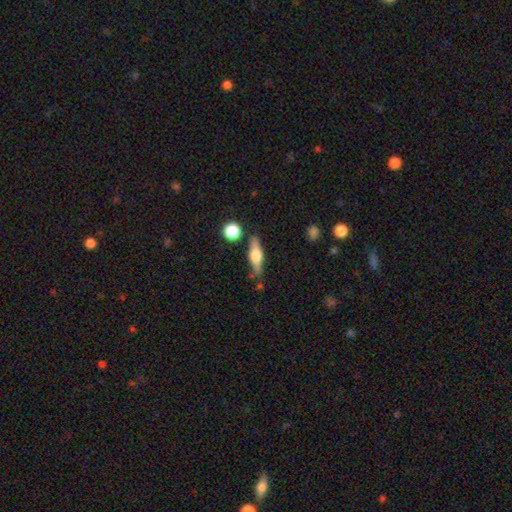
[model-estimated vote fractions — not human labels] This appears to be a featured or disk galaxy (50%). Merging: none (76%).